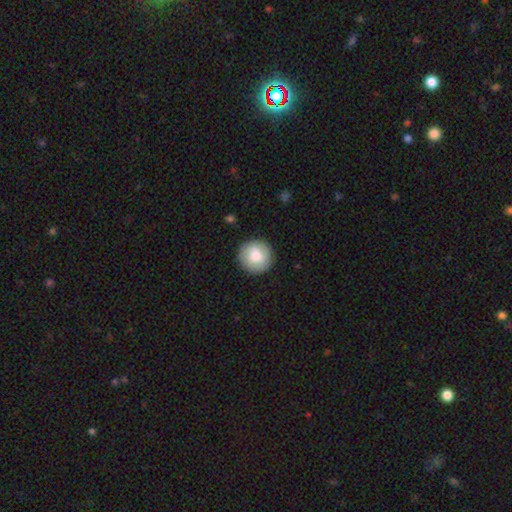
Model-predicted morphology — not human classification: The model was most divided on "smooth or featured": smooth: 75%, featured or disk: 18%, star or artifact: 6%. More confident: how rounded — round (94%); merging — none (88%).